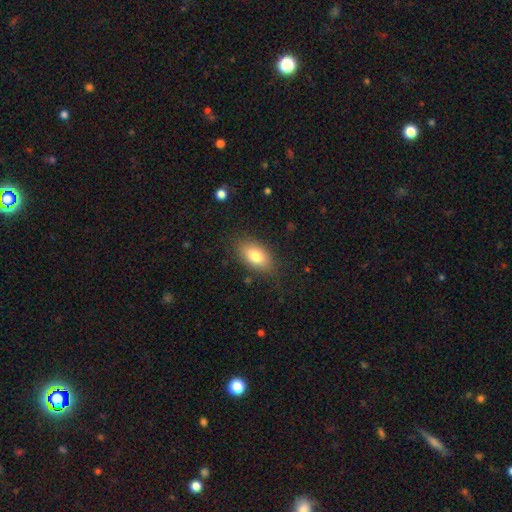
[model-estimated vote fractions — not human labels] Smooth or featured: smooth — 79% (featured or disk — 13%)
How rounded: in between — 89% (round — 8%)
Merging: none — 81% (minor disturbance — 14%)